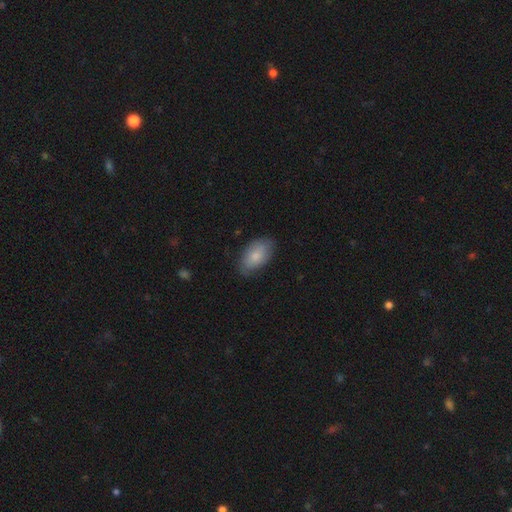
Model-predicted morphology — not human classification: Q: Smooth or featured?
A: smooth (80%); runner-up: featured or disk (14%)
Q: How rounded?
A: in between (94%); runner-up: round (4%)
Q: Merging?
A: none (77%); runner-up: minor disturbance (19%)